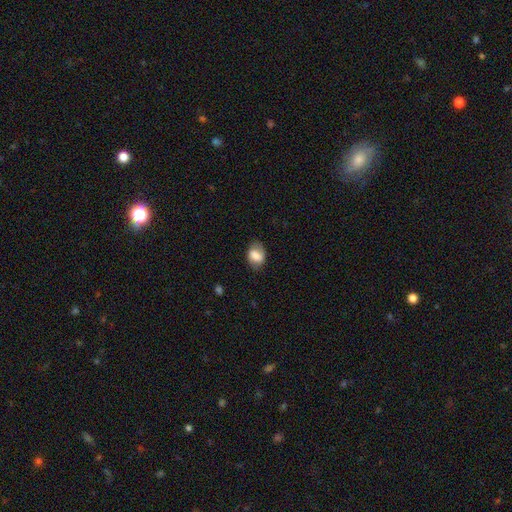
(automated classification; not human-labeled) A smooth galaxy with no disk features (75%) that is in between round and cigar-shaped (74%). Merging: none (71%).